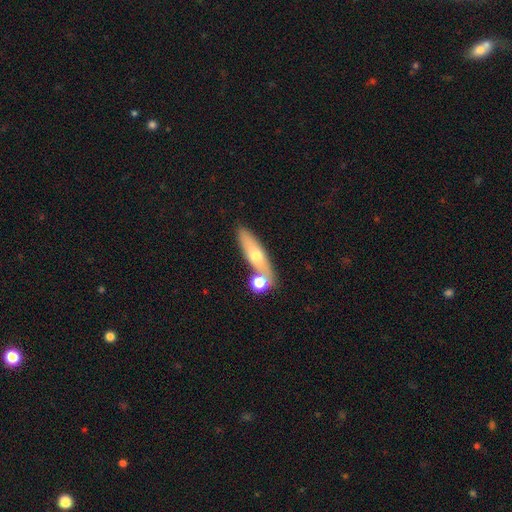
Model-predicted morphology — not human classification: Overall: smooth (56%; featured or disk 36%). How rounded: cigar-shaped (56%; in between 38%). Merging: none (64%).